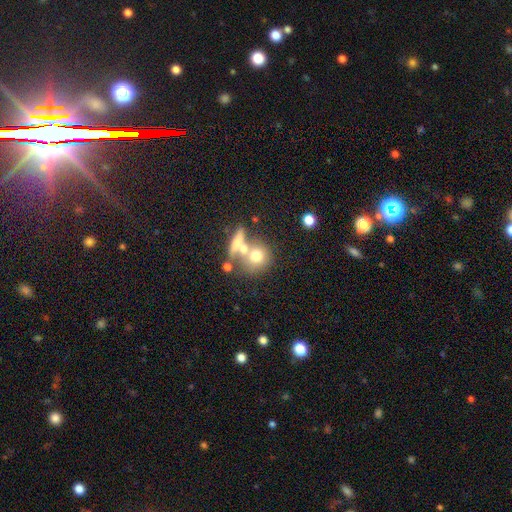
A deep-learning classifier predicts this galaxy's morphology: Smooth or featured?
  - smooth: 65% *
  - featured or disk: 25%
  - star or artifact: 10%
How rounded?
  - round: 75% *
  - in between: 21%
  - cigar-shaped: 4%
Merging?
  - merger: 48% *
  - none: 36%
  - minor disturbance: 9%
  - major disturbance: 7%